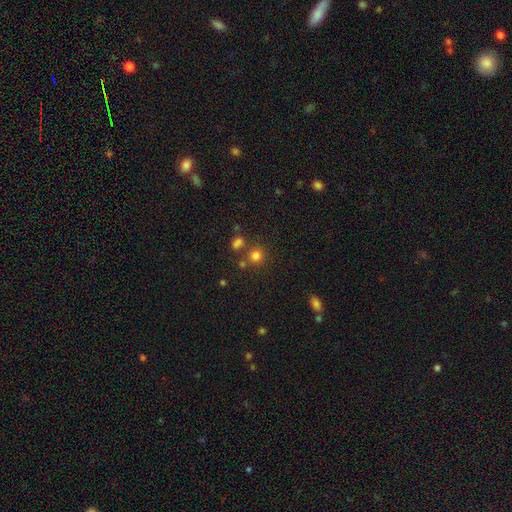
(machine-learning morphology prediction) Smooth or featured: smooth — 77% (star or artifact — 16%)
How rounded: round — 88% (in between — 11%)
Merging: none — 71% (merger — 16%)